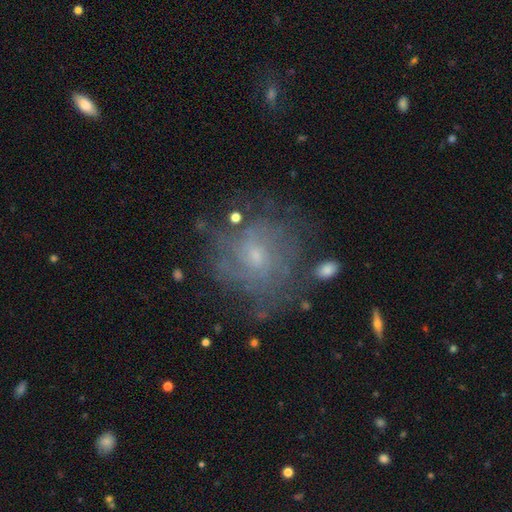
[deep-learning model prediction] featured or disk 62%, smooth 25%, star or artifact 14%. Down the decision tree: edge-on disk — no (97%); bar — no (68%); spiral arms — yes (71%); bulge size — small (68%); merging — none (66%).